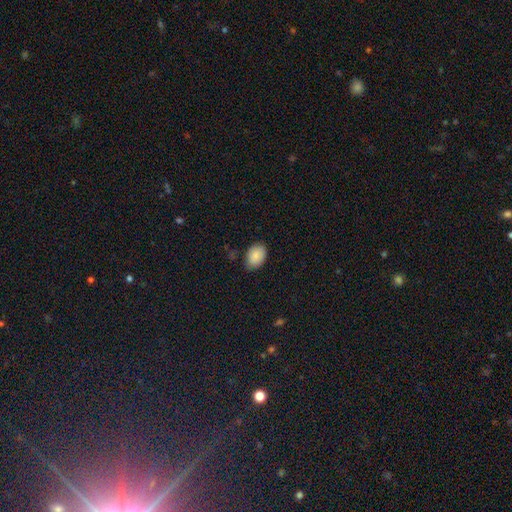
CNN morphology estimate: A smooth galaxy with no disk features (89%) that is in between round and cigar-shaped (84%).

Vote fractions:
- Smooth or featured? smooth: 89% / star or artifact: 7% / featured or disk: 5%
- How rounded? in between: 84% / round: 15% / cigar-shaped: 1%
- Merging? none: 80% / minor disturbance: 16% / major disturbance: 3% / merger: 1%